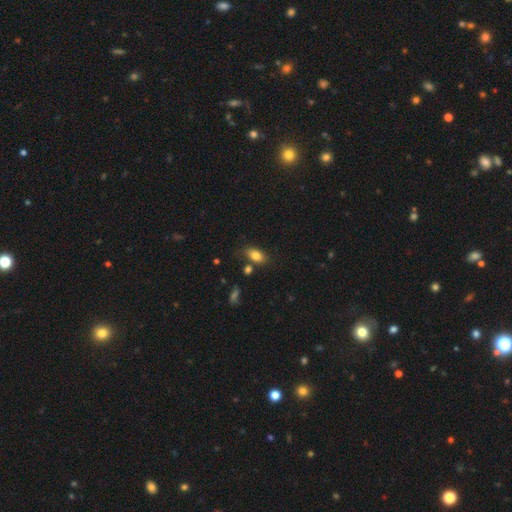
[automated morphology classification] This is clearly a smooth galaxy (81%). How rounded: clearly in between (87%). Merging: likely none (71%).